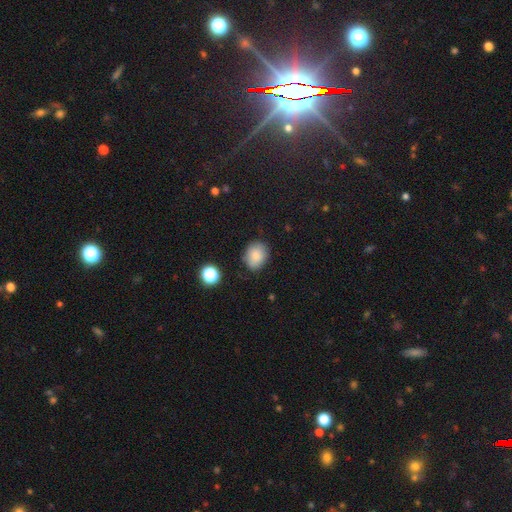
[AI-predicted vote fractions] Smooth or featured? smooth (81%)
How rounded? in between (50%)
Merging? none (78%)